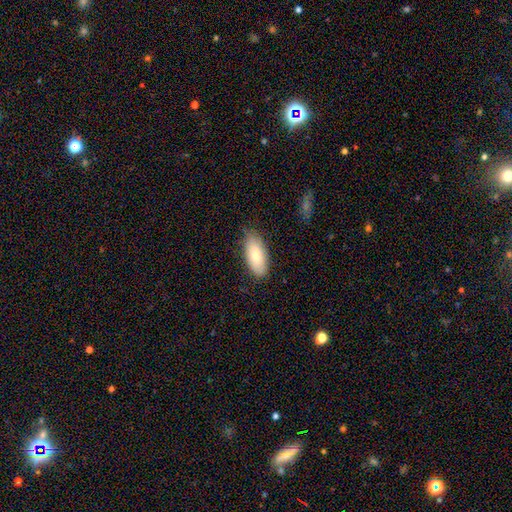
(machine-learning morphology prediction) type=smooth (80%); roundness=in between (87%); merging=none (81%).